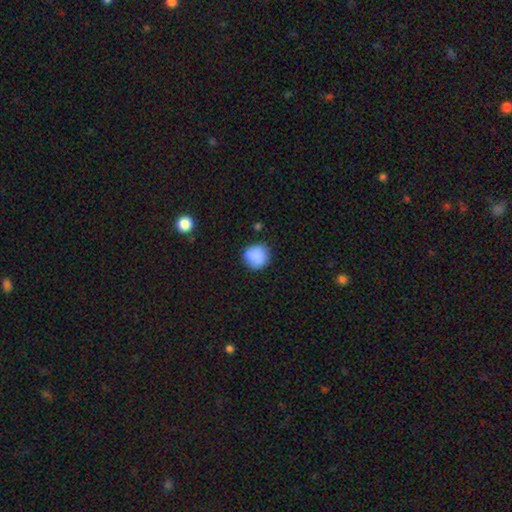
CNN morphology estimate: Smooth or featured?
  - smooth: 84% *
  - star or artifact: 8%
  - featured or disk: 8%
How rounded?
  - round: 86% *
  - in between: 13%
  - cigar-shaped: 1%
Merging?
  - none: 72% *
  - minor disturbance: 19%
  - major disturbance: 5%
  - merger: 3%